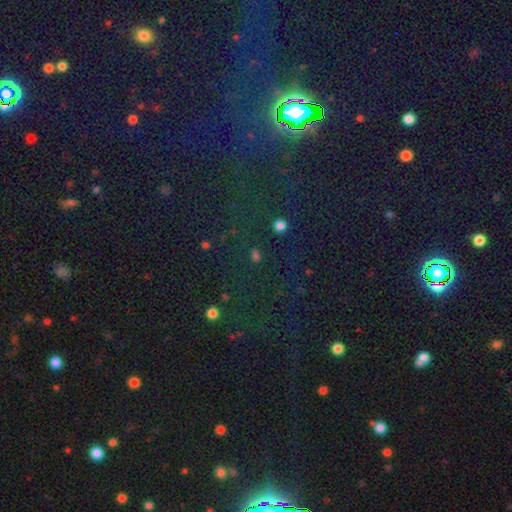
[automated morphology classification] smooth-or-featured: smooth: 47% | star or artifact: 46% | featured or disk: 7%
  merging: none: 79% | minor disturbance: 11% | major disturbance: 6% | merger: 5%